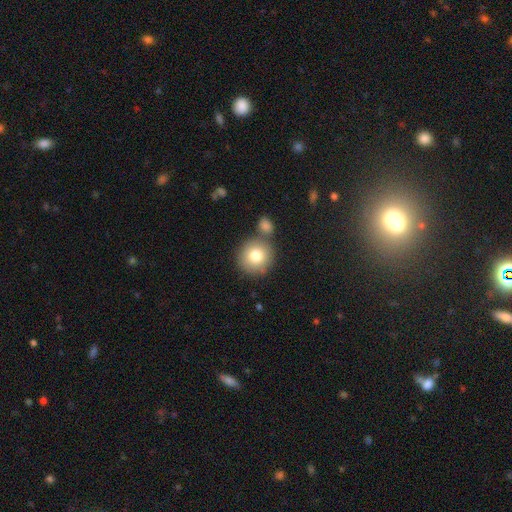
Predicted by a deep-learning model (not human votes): Q: Smooth or featured?
A: smooth (80%); runner-up: featured or disk (12%)
Q: How rounded?
A: round (92%); runner-up: in between (7%)
Q: Merging?
A: none (67%); runner-up: merger (20%)